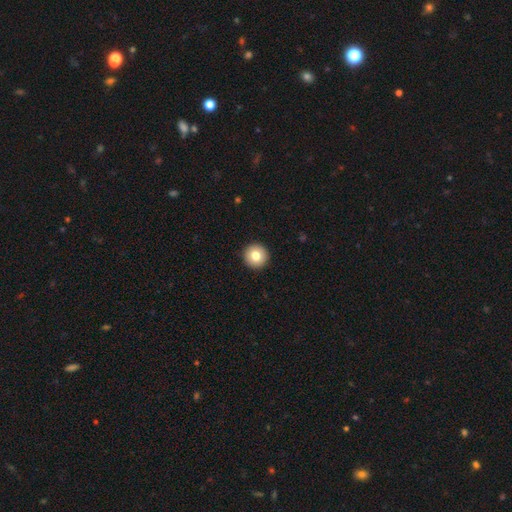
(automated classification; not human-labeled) This is clearly a smooth galaxy (80%). How rounded: clearly round (97%). Merging: clearly none (94%).